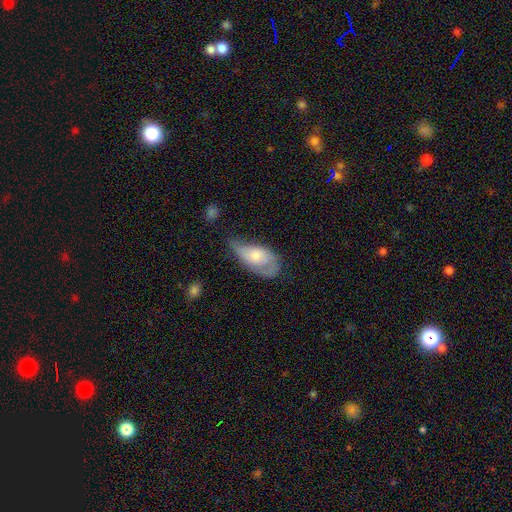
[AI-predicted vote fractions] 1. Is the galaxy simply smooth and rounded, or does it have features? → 49% smooth, 45% featured or disk, 6% star or artifact.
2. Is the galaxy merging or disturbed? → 41% minor disturbance, 31% none, 25% major disturbance, 3% merger.